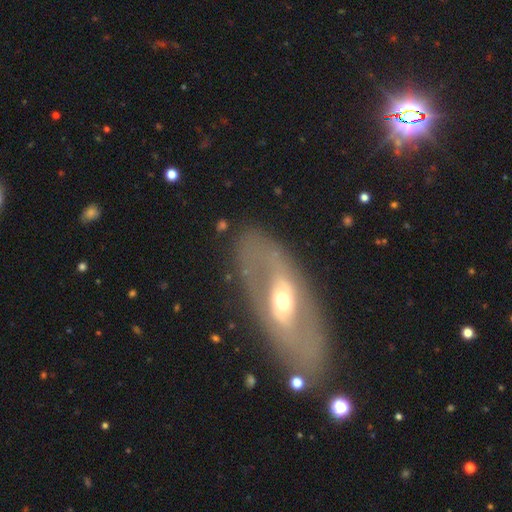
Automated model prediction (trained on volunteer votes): Q: Smooth or featured?
A: featured or disk (70%); runner-up: smooth (22%)
Q: Edge-on disk?
A: no (85%); runner-up: yes (15%)
Q: Bar?
A: weak (37%); runner-up: no (36%)
Q: Spiral arms?
A: no (52%); runner-up: yes (48%)
Q: Bulge size?
A: moderate (59%); runner-up: small (33%)
Q: Merging?
A: none (80%); runner-up: minor disturbance (12%)